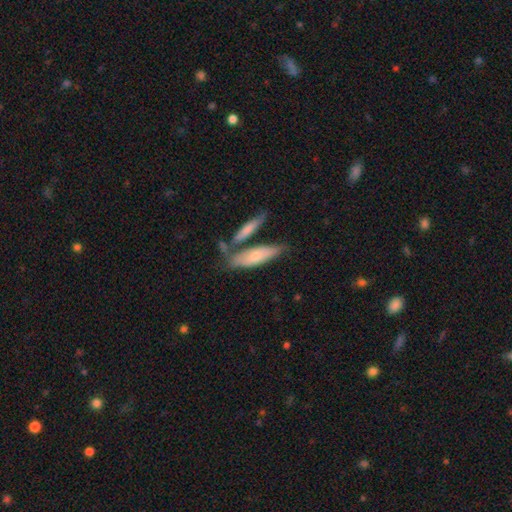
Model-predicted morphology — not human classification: smooth_or_featured: smooth (p=0.61) [alt: featured or disk p=0.34]
how_rounded: cigar-shaped (p=0.55) [alt: in between p=0.43]
merging: none (p=0.50) [alt: merger p=0.29]